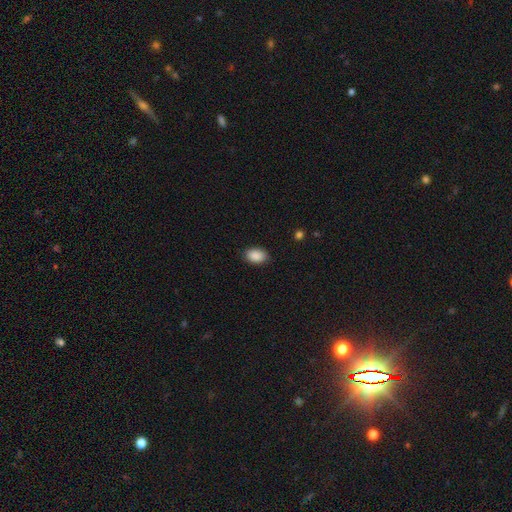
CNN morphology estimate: smooth 90%, star or artifact 7%, featured or disk 3%. Down the decision tree: how rounded — in between (86%); merging — none (87%).